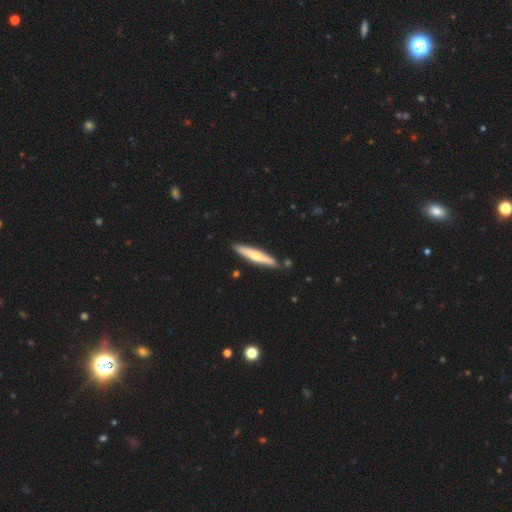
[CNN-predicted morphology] Overall: featured or disk (48%; smooth 47%). Merging: none (86%).